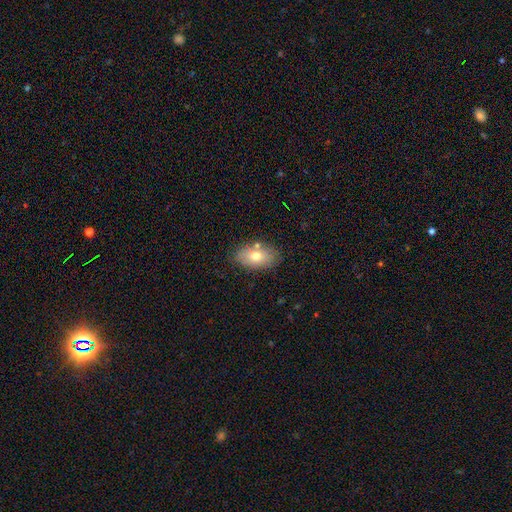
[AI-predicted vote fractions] smooth_or_featured: smooth (p=0.70) [alt: featured or disk p=0.21]
how_rounded: in between (p=0.90) [alt: round p=0.08]
merging: none (p=0.76) [alt: minor disturbance p=0.14]